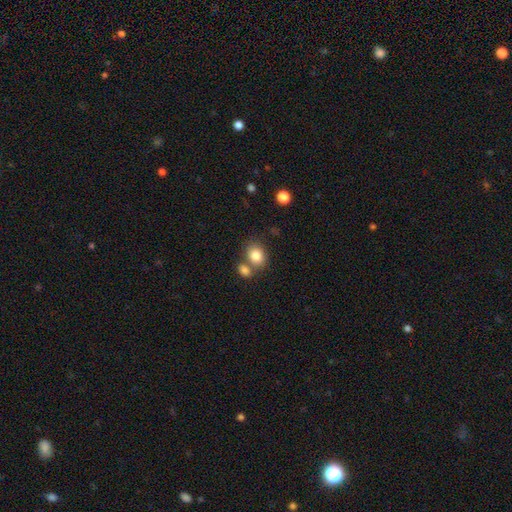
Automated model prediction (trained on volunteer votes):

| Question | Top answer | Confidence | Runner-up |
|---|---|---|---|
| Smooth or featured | smooth | 83% | star or artifact (9%) |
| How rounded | round | 54% | in between (45%) |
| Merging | none | 53% | merger (32%) |